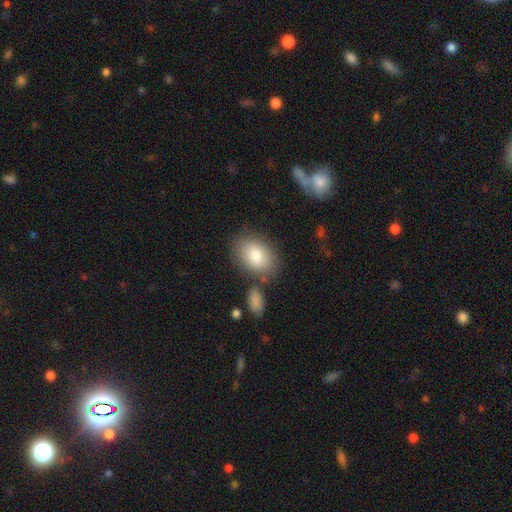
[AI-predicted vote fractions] A smooth galaxy with no disk features (81%) that is in between round and cigar-shaped (79%). Merging: none (72%).